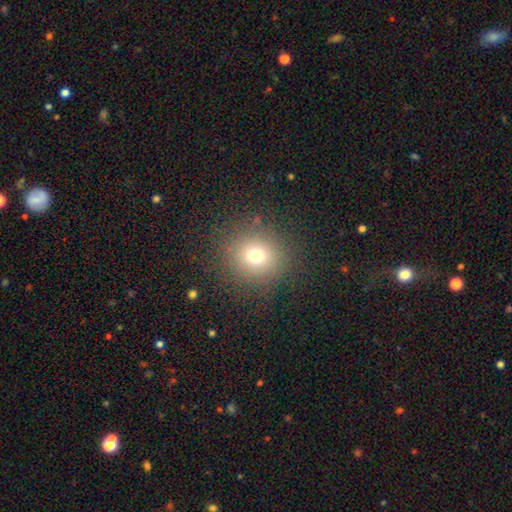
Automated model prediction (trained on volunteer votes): A smooth galaxy with no disk features (71%) that is round (92%).

Vote fractions:
- Smooth or featured? smooth: 71% / star or artifact: 19% / featured or disk: 10%
- How rounded? round: 92% / in between: 7% / cigar-shaped: 1%
- Merging? none: 87% / minor disturbance: 7% / major disturbance: 5% / merger: 1%